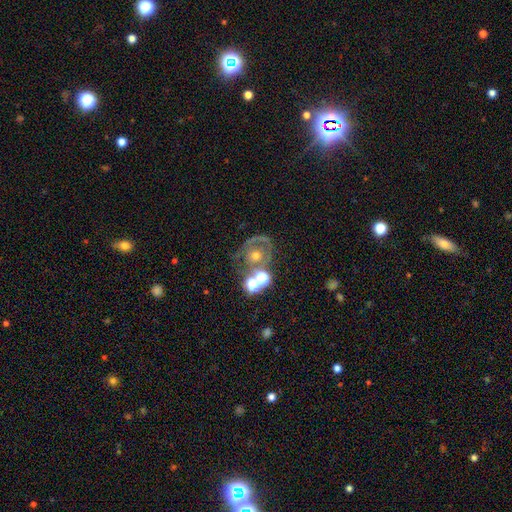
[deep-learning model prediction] The model was most divided on "spiral arms": no: 59%, yes: 41%. Remaining: edge-on disk — no (96%); bar — no (83%); bulge size — moderate (56%); smooth or featured — featured or disk (53%); merging — none (48%).